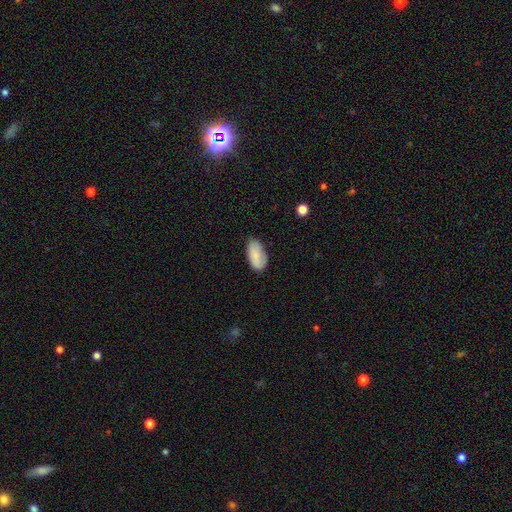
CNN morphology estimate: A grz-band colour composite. It shows a smooth galaxy with no disk features (82%) that is in between round and cigar-shaped (94%). Merging: none (71%).